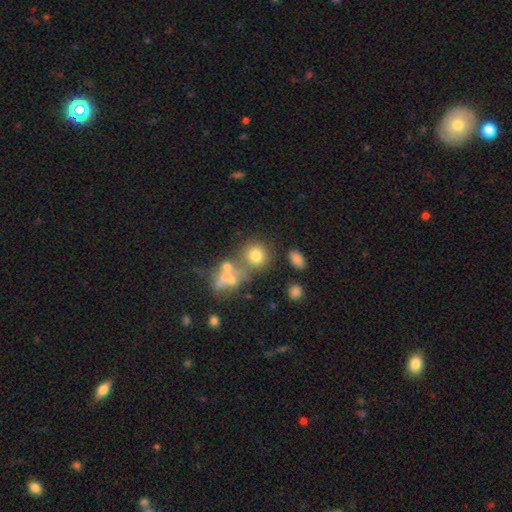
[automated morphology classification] Smooth or featured? Predicted: smooth (p=0.72). How rounded? Predicted: round (p=0.81). Merging? Predicted: none (p=0.51).